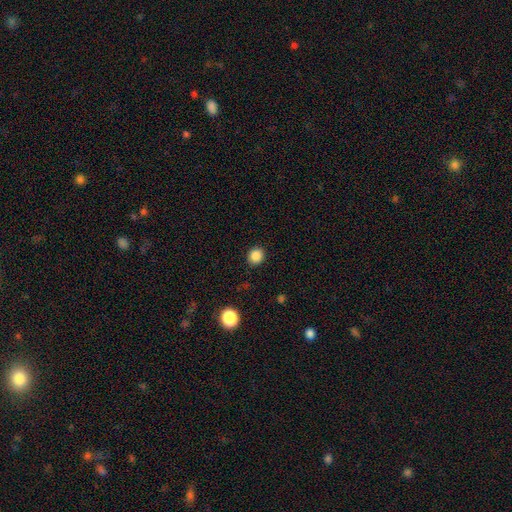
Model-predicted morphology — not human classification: The model was most divided on "how rounded": round: 78%, in between: 21%, cigar-shaped: 1%. More confident: merging — none (90%); smooth or featured — smooth (86%).